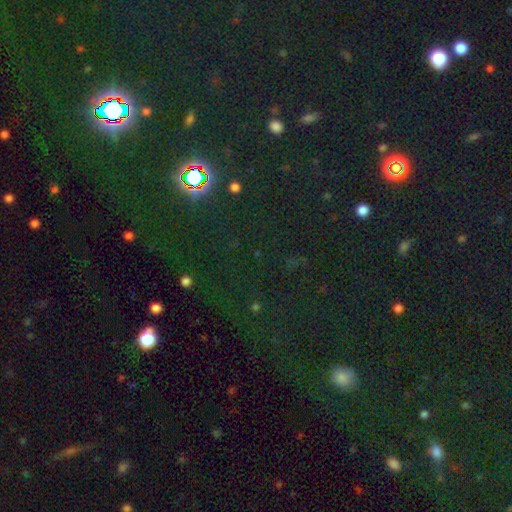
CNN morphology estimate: Smooth or featured?
  - star or artifact: 74% *
  - smooth: 17%
  - featured or disk: 9%